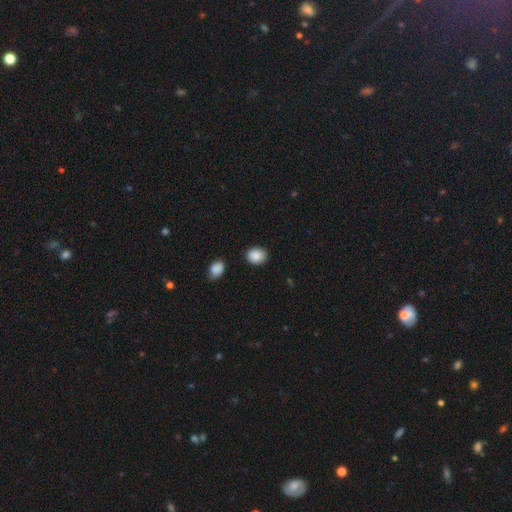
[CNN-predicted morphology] A smooth galaxy with no disk features (88%) that is in between round and cigar-shaped (53%).

Vote fractions:
- Smooth or featured? smooth: 88% / star or artifact: 8% / featured or disk: 4%
- How rounded? in between: 53% / round: 46% / cigar-shaped: 1%
- Merging? none: 84% / minor disturbance: 11% / merger: 3% / major disturbance: 2%